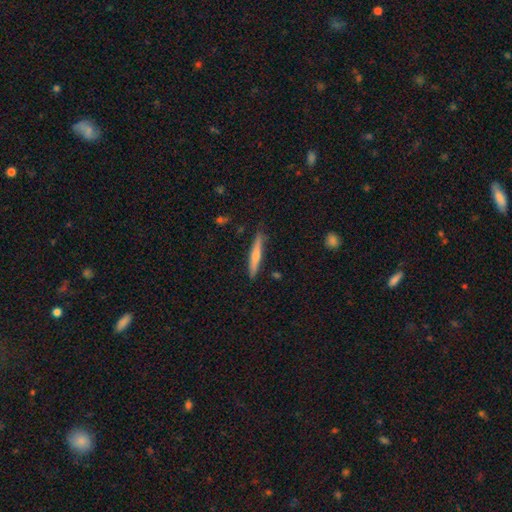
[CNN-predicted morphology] Smooth or featured?
  - smooth: 48% *
  - featured or disk: 46%
  - star or artifact: 6%
Merging?
  - none: 88% *
  - minor disturbance: 9%
  - major disturbance: 2%
  - merger: 1%